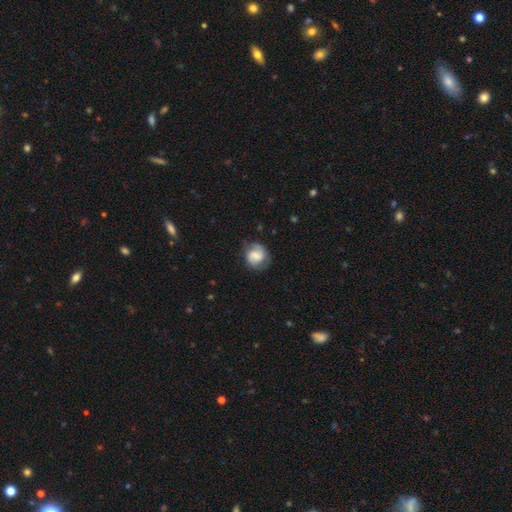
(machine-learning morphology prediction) Smooth or featured?
  - featured or disk: 60% *
  - smooth: 32%
  - star or artifact: 7%
Edge-on disk?
  - no: 98% *
  - yes: 2%
Bar?
  - weak: 47% *
  - no: 32%
  - strong: 21%
Spiral arms?
  - yes: 89% *
  - no: 11%
Spiral winding?
  - medium: 46% *
  - tight: 31%
  - loose: 23%
Spiral arm count?
  - 2: 83% *
  - can't tell: 8%
  - 1: 6%
  - 3: 2%
  - 4: 1%
  - more than 4: 1%
Bulge size?
  - moderate: 29% *
  - small: 27%
  - none: 23%
  - large: 18%
  - dominant: 3%
Merging?
  - none: 71% *
  - minor disturbance: 19%
  - major disturbance: 8%
  - merger: 1%